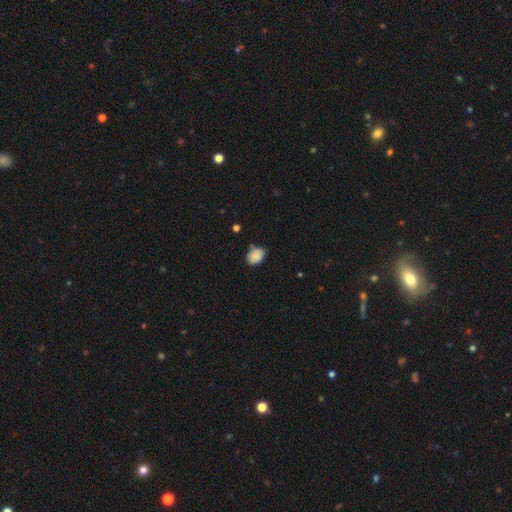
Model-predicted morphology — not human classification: smooth-or-featured: smooth: 85% | star or artifact: 8% | featured or disk: 7%
  how-rounded: in between: 76% | round: 23% | cigar-shaped: 1%
  merging: none: 67% | minor disturbance: 25% | major disturbance: 4% | merger: 4%